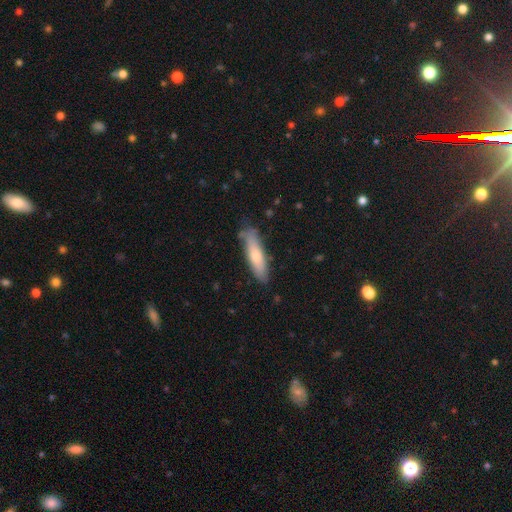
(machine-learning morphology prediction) Smooth or featured?
  - smooth: 66% *
  - featured or disk: 28%
  - star or artifact: 6%
How rounded?
  - cigar-shaped: 73% *
  - in between: 26%
  - round: 2%
Merging?
  - none: 78% *
  - minor disturbance: 17%
  - major disturbance: 3%
  - merger: 2%